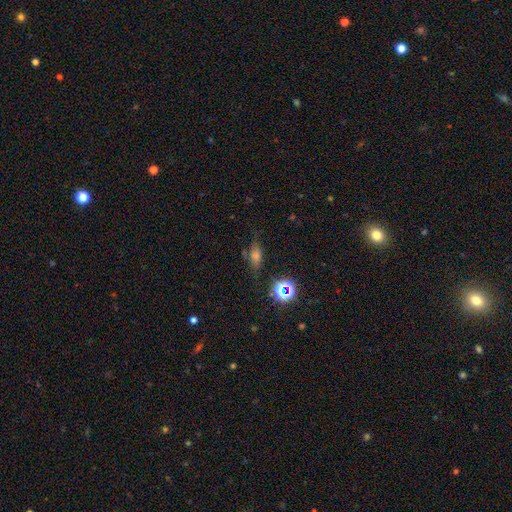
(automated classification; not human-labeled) Overall: smooth (47%; star or artifact 30%). Merging: none (71%).